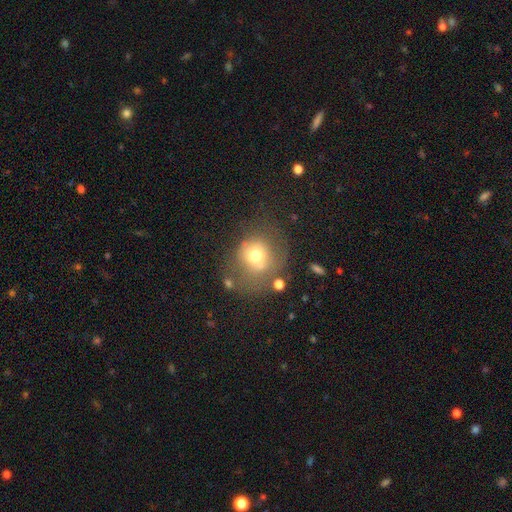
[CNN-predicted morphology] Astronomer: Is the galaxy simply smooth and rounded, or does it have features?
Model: smooth — 65%.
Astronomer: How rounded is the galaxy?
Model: round — 77%.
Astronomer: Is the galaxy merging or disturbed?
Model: none — 45% (runner-up: minor disturbance, 23%).